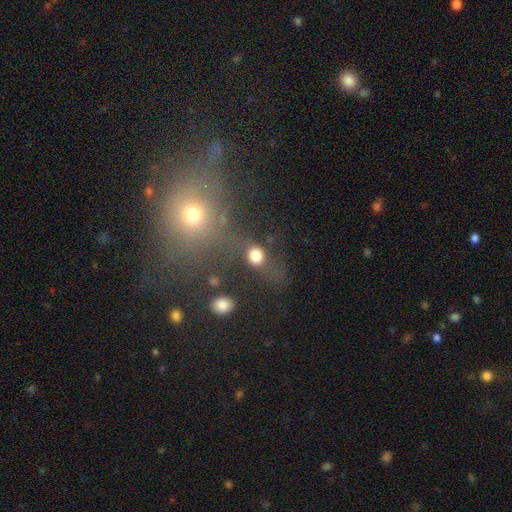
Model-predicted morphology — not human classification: Smooth or featured?
  - smooth: 76% *
  - star or artifact: 12%
  - featured or disk: 12%
How rounded?
  - round: 64% *
  - in between: 34%
  - cigar-shaped: 2%
Merging?
  - none: 56% *
  - minor disturbance: 18%
  - major disturbance: 16%
  - merger: 10%